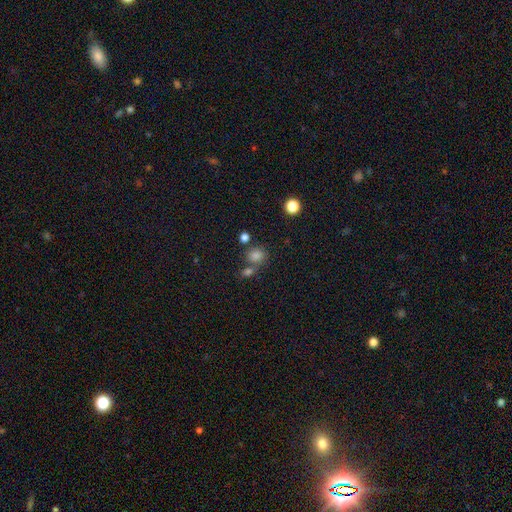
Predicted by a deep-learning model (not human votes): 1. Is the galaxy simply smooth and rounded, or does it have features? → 78% smooth, 15% star or artifact, 7% featured or disk.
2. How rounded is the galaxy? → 73% round, 26% in between, 1% cigar-shaped.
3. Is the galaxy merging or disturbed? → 58% none, 27% merger, 10% minor disturbance, 5% major disturbance.